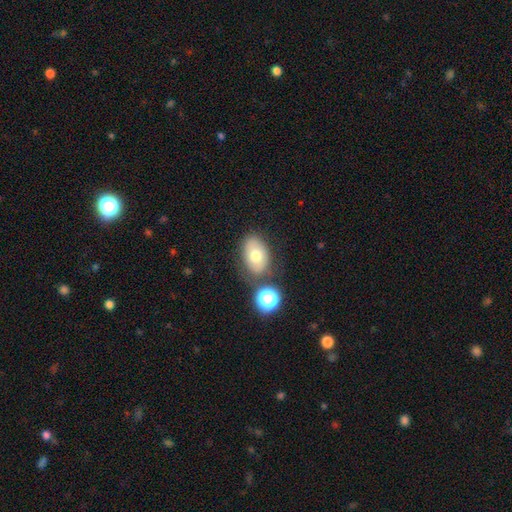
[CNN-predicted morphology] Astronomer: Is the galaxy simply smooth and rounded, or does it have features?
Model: smooth — 70%.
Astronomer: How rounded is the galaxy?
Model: in between — 83%.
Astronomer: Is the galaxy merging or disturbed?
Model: none — 70%.